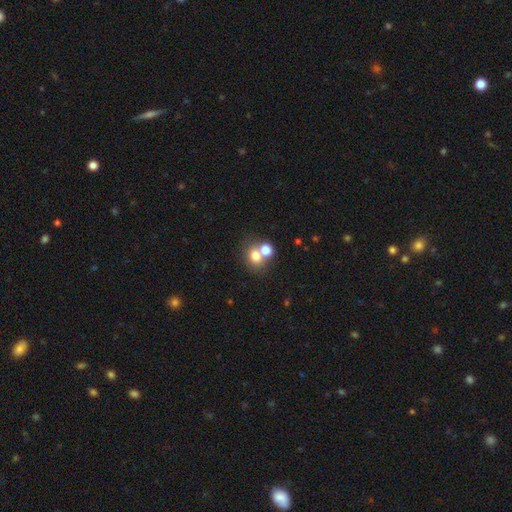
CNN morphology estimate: Smooth or featured? smooth (73%)
How rounded? round (64%)
Merging? none (45%)